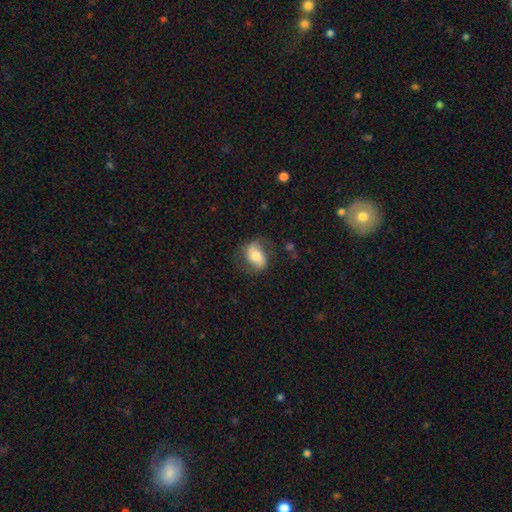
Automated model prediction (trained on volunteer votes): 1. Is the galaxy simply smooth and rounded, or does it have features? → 48% featured or disk, 45% smooth, 8% star or artifact.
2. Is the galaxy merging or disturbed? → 65% none, 22% minor disturbance, 12% major disturbance, 2% merger.